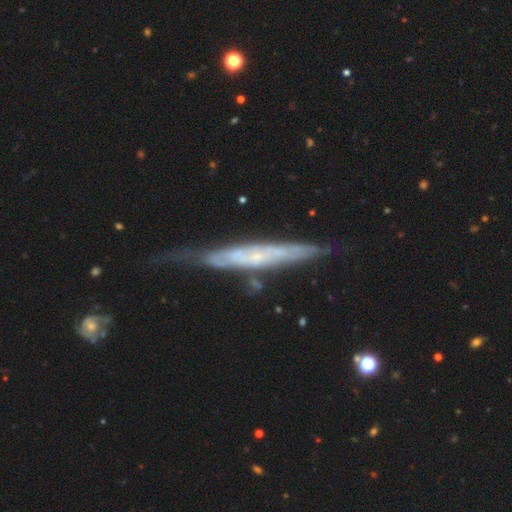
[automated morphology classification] Smooth or featured? featured or disk (72%)
Edge-on disk? yes (75%)
Edge-on bulge? none (68%)
Merging? none (62%)